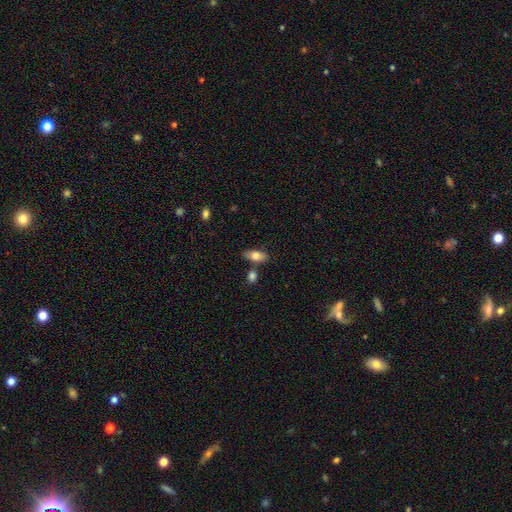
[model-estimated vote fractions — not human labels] Morphology: type=smooth (75%); roundness=in between (83%); merging=none (73%).